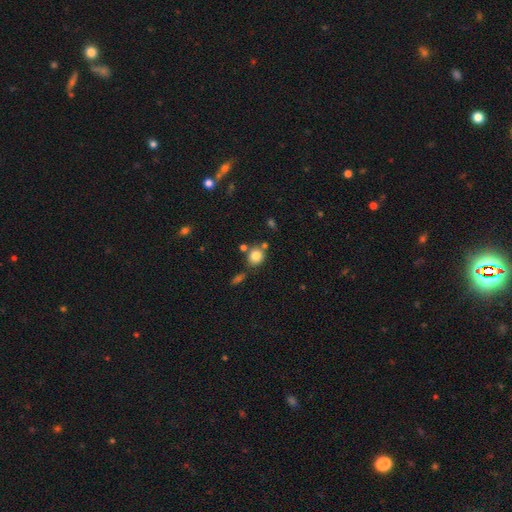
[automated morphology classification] Smooth or featured? smooth (81%)
How rounded? round (74%)
Merging? none (70%)